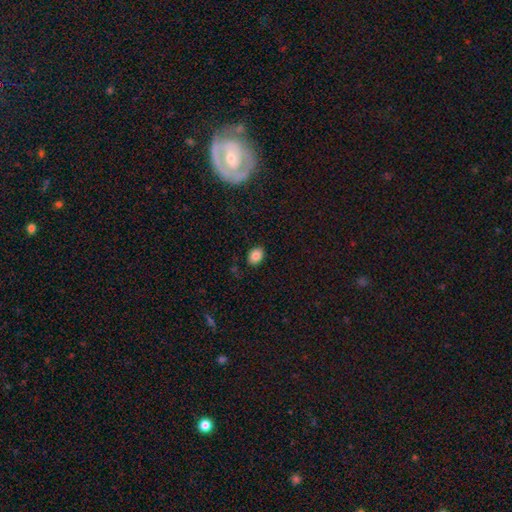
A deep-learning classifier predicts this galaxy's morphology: A smooth galaxy with no disk features (84%) that is in between round and cigar-shaped (74%).

Vote fractions:
- Smooth or featured? smooth: 84% / star or artifact: 9% / featured or disk: 7%
- How rounded? in between: 74% / round: 25% / cigar-shaped: 1%
- Merging? none: 87% / minor disturbance: 9% / major disturbance: 2% / merger: 1%